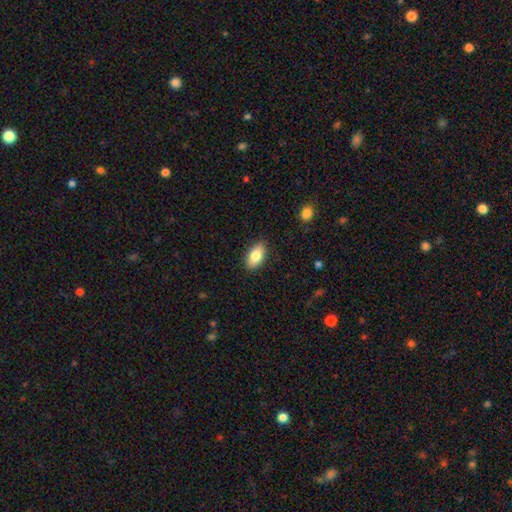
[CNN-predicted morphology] Smooth or featured? smooth (81%)
How rounded? in between (91%)
Merging? none (88%)